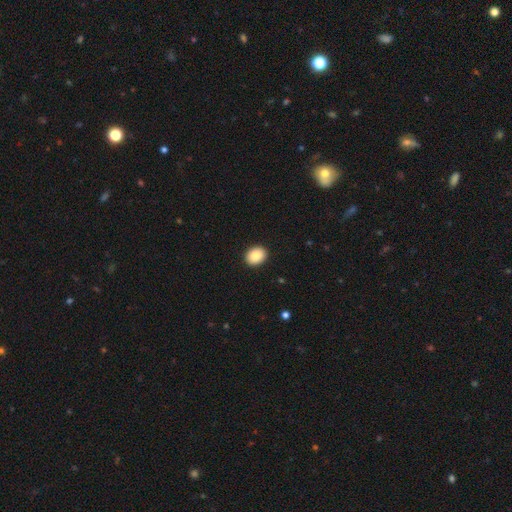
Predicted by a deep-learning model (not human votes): Morphology: type=smooth (88%); roundness=in between (54%); merging=none (92%).